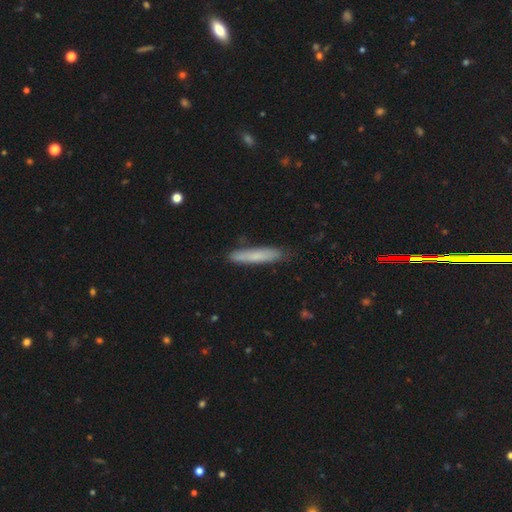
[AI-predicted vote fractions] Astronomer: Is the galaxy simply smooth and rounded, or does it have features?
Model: smooth — 73%.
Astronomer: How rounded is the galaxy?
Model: cigar-shaped — 91%.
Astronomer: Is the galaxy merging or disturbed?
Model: none — 83%.